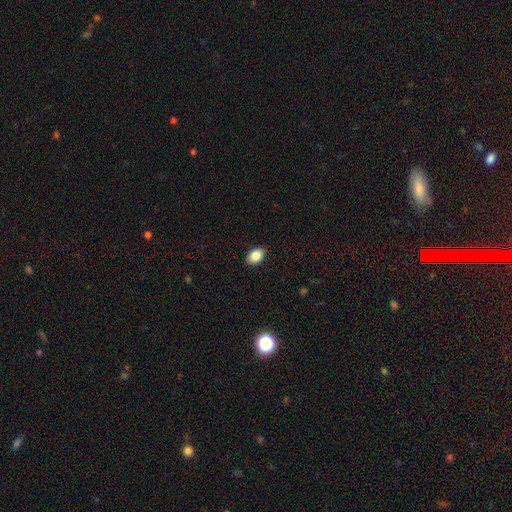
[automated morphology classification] A smooth galaxy with no disk features (85%) that is in between round and cigar-shaped (77%). Merging: none (87%).